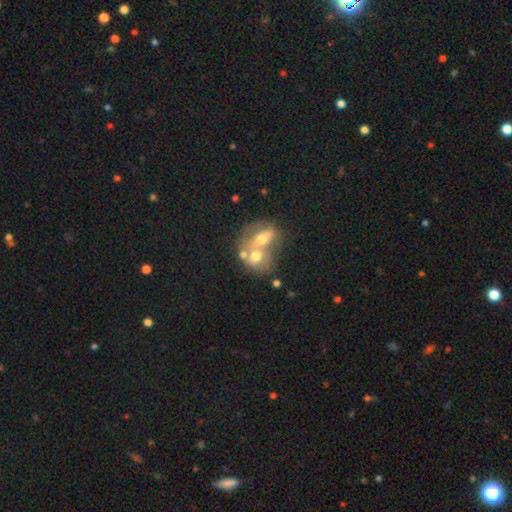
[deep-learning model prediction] Overall: smooth (48%; featured or disk 39%). Merging: merger (74%).